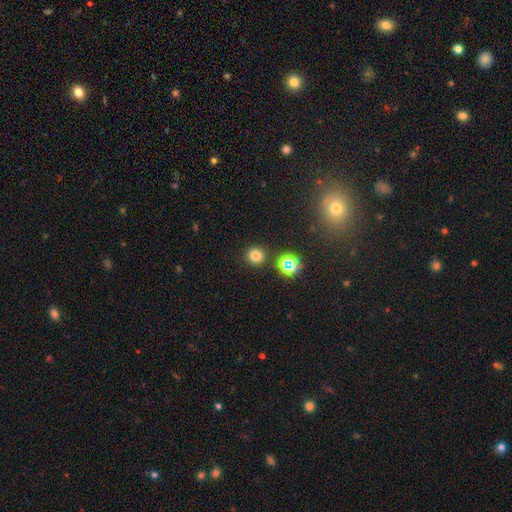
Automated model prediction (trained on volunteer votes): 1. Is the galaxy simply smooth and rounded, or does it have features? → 75% smooth, 19% star or artifact, 6% featured or disk.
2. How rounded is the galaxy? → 91% round, 8% in between, 1% cigar-shaped.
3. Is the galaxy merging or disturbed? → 89% none, 6% minor disturbance, 3% merger, 2% major disturbance.